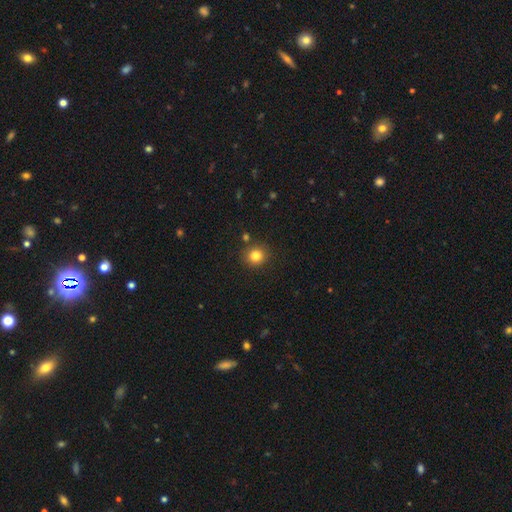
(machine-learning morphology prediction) This is clearly a smooth galaxy (83%). How rounded: clearly round (89%). Merging: clearly none (86%).